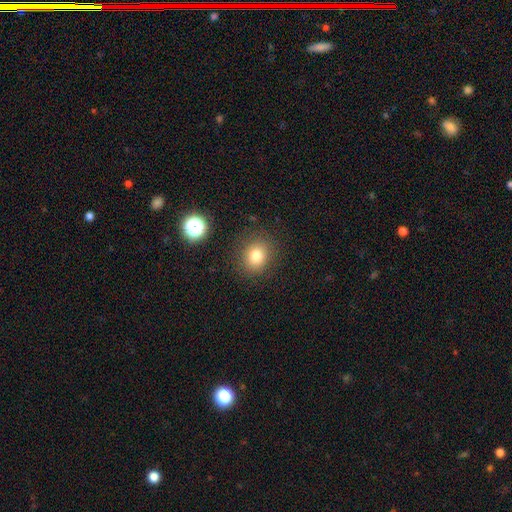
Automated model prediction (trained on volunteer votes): This appears to be a smooth galaxy with no disk features (79%) that is round (73%). Merging: none (86%).